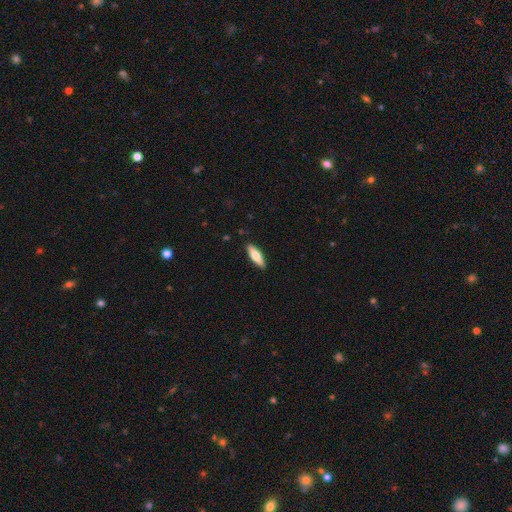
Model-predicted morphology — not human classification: Smooth or featured?
  - smooth: 65% *
  - featured or disk: 29%
  - star or artifact: 6%
How rounded?
  - cigar-shaped: 56% *
  - in between: 43%
  - round: 2%
Merging?
  - none: 90% *
  - minor disturbance: 8%
  - major disturbance: 2%
  - merger: 1%